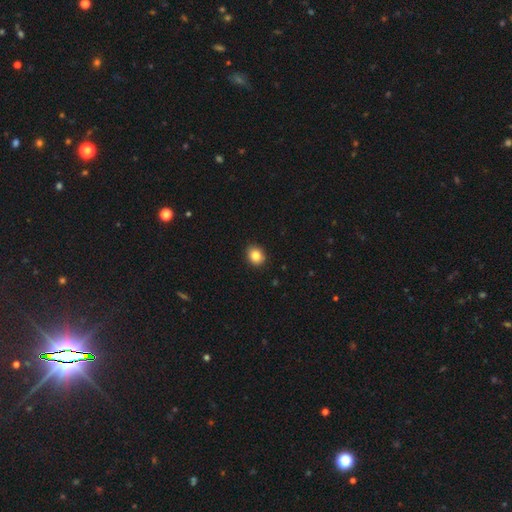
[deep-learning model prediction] A smooth galaxy with no disk features (85%) that is round (63%). Merging: none (90%).